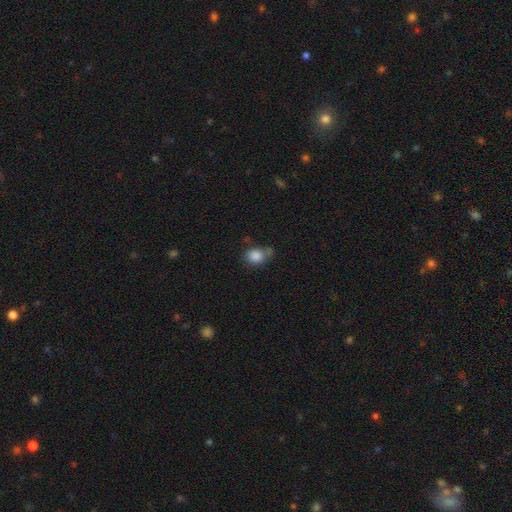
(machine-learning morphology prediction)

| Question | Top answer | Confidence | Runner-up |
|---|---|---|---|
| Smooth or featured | smooth | 85% | star or artifact (9%) |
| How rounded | round | 57% | in between (42%) |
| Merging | none | 49% | minor disturbance (28%) |